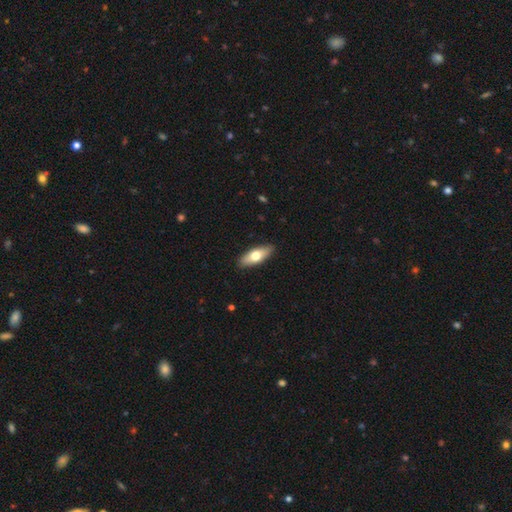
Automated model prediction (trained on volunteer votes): This appears to be a smooth galaxy with no disk features (65%) that is in between round and cigar-shaped (68%). Merging: none (90%).